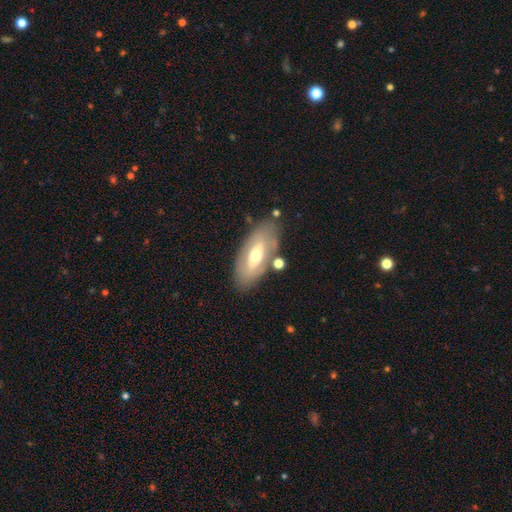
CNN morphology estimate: smooth-or-featured: featured or disk: 53% | smooth: 41% | star or artifact: 7%
  disk-edge-on: no: 77% | yes: 23%
  merging: none: 75% | minor disturbance: 14% | merger: 5% | major disturbance: 5%